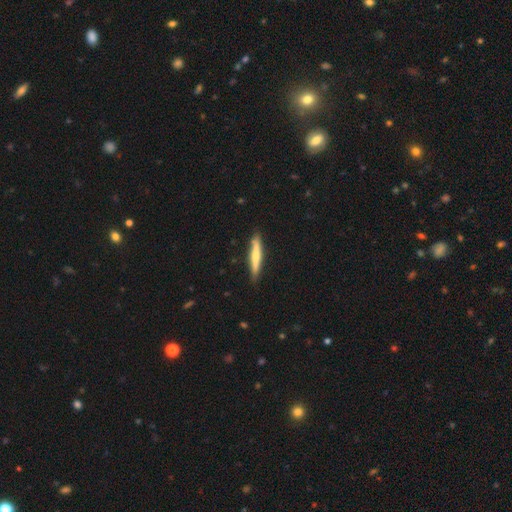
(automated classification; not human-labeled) smooth_or_featured: smooth (p=0.56) [alt: featured or disk p=0.38]
how_rounded: cigar-shaped (p=0.93) [alt: in between p=0.06]
merging: none (p=0.86) [alt: minor disturbance p=0.11]